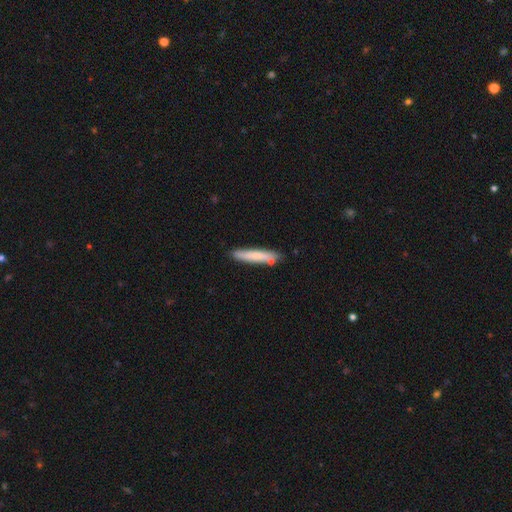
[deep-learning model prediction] This appears to be a smooth galaxy with no disk features (73%) that is cigar-shaped (92%). Merging: none (79%).